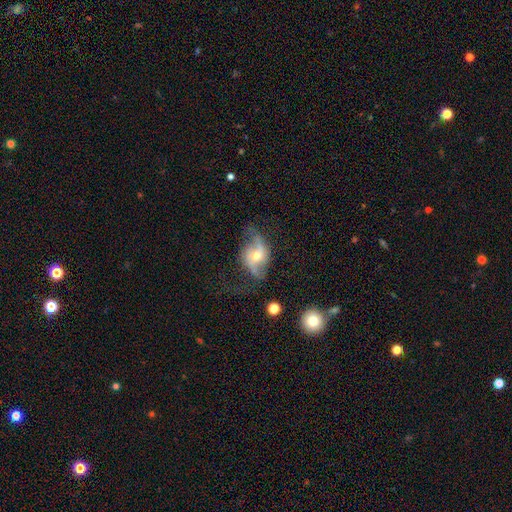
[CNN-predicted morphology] featured or disk 81%, smooth 12%, star or artifact 7%. Down the decision tree: edge-on disk — no (95%); bar — no (47%); spiral arms — yes (92%); spiral arm count — 2 (90%); spiral winding — loose (72%); bulge size — moderate (59%); merging — none (58%).